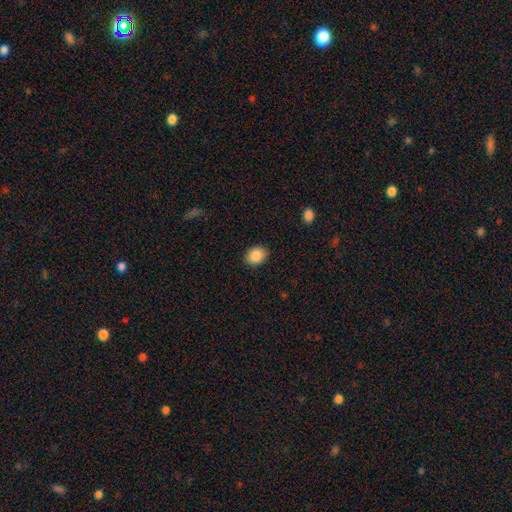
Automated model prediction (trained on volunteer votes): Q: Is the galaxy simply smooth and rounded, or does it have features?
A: smooth — 88%.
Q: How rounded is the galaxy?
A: in between — 55%.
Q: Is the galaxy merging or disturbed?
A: none — 88%.